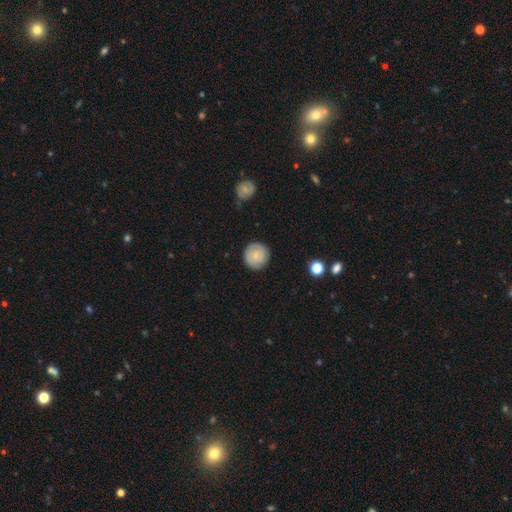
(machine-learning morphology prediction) type=smooth (67%); roundness=round (94%); merging=none (86%).